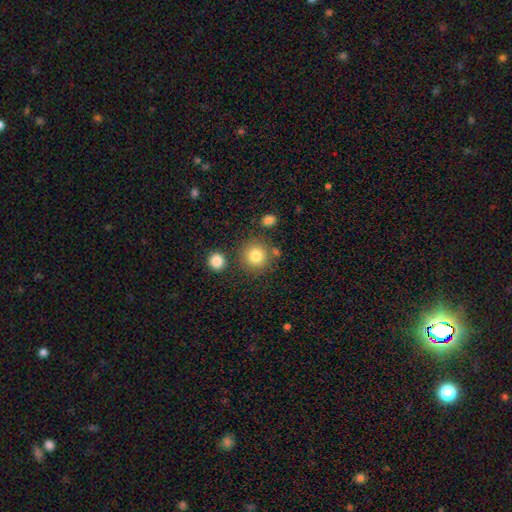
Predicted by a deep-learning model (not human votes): Smooth or featured?
  - smooth: 82% *
  - star or artifact: 10%
  - featured or disk: 8%
How rounded?
  - round: 92% *
  - in between: 7%
  - cigar-shaped: 1%
Merging?
  - none: 79% *
  - minor disturbance: 9%
  - merger: 8%
  - major disturbance: 4%